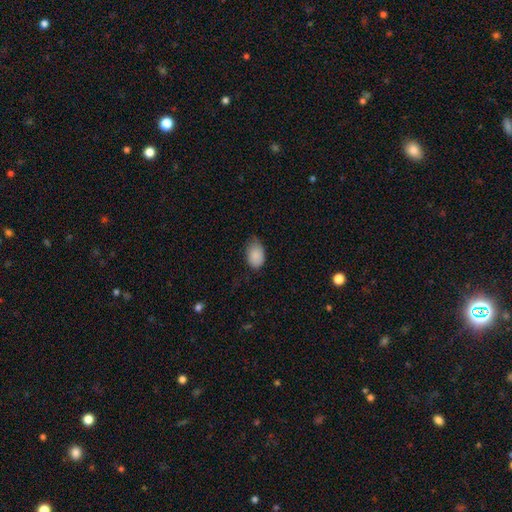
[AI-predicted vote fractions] smooth-or-featured: smooth: 87% | star or artifact: 7% | featured or disk: 6%
  how-rounded: in between: 87% | round: 12% | cigar-shaped: 1%
  merging: none: 59% | minor disturbance: 34% | major disturbance: 6% | merger: 1%